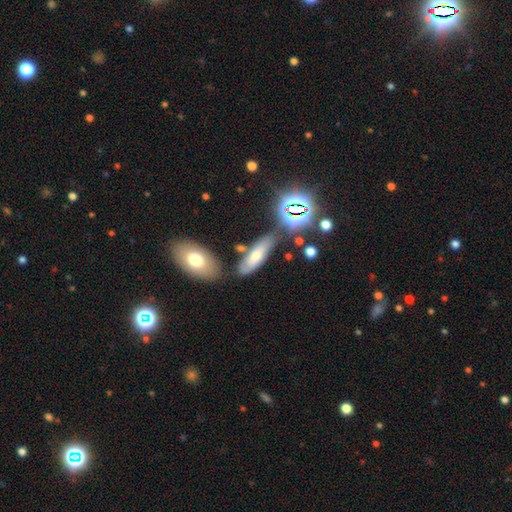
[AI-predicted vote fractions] smooth_or_featured: smooth (p=0.54) [alt: featured or disk p=0.27]
how_rounded: in between (p=0.61) [alt: cigar-shaped p=0.35]
merging: none (p=0.69) [alt: minor disturbance p=0.16]